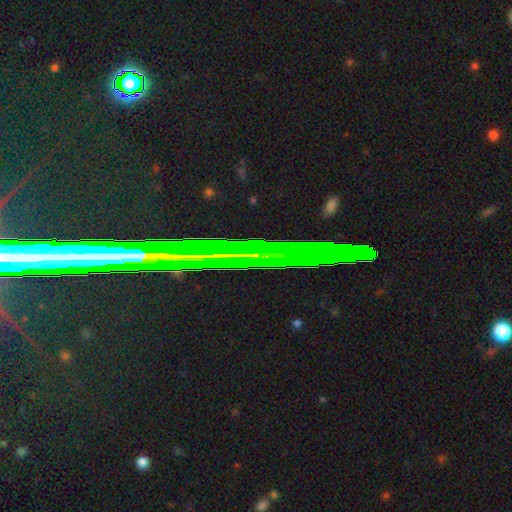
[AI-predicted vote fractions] Smooth or featured? star or artifact (66%)